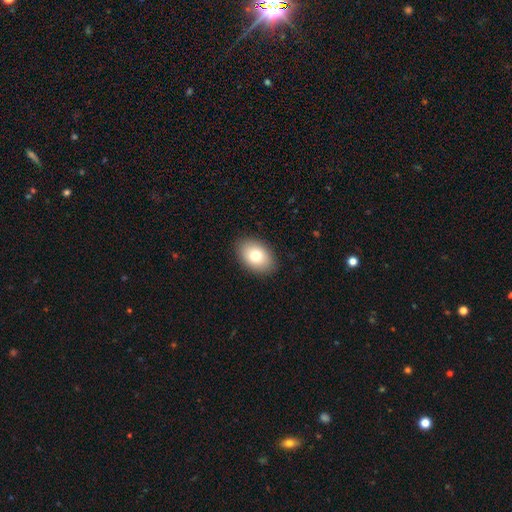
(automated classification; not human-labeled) Overall: smooth (78%). How rounded: in between (84%). Merging: none (88%).